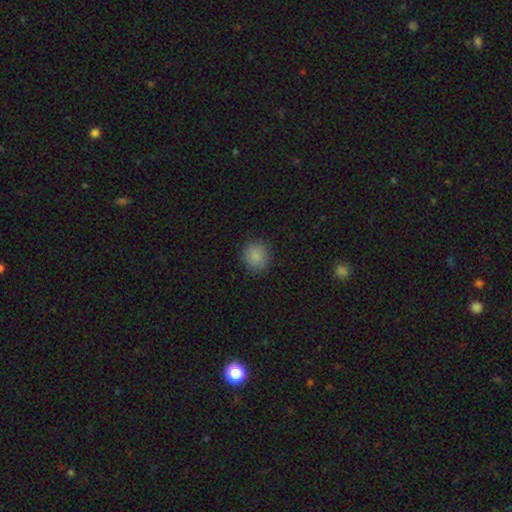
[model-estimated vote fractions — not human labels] smooth_or_featured: smooth (p=0.86) [alt: star or artifact p=0.09]
how_rounded: round (p=0.87) [alt: in between p=0.12]
merging: none (p=0.87) [alt: minor disturbance p=0.09]